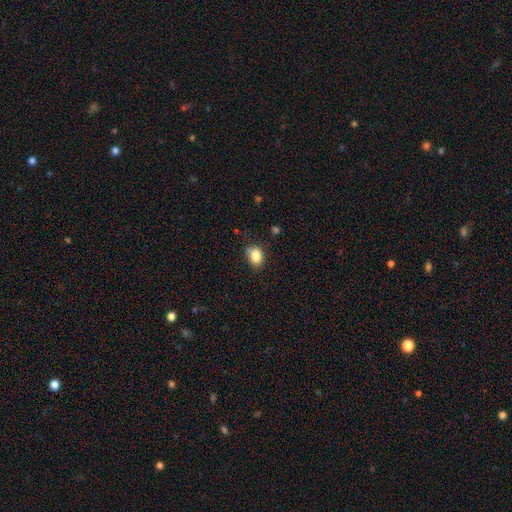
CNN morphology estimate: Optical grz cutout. It shows a smooth galaxy with no disk features (83%) that is in between round and cigar-shaped (58%). Merging: none (71%).